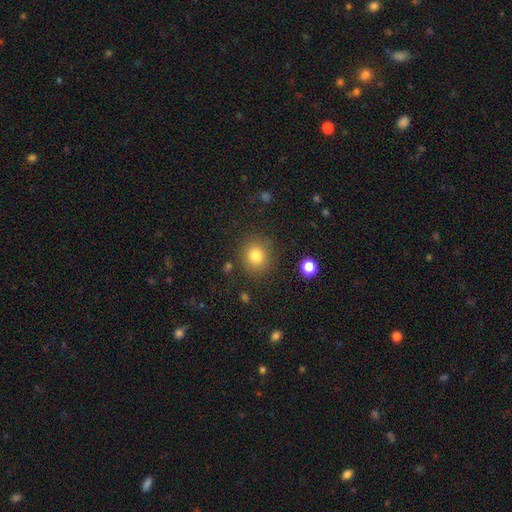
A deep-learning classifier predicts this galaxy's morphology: This appears to be a smooth galaxy with no disk features (81%) that is round (83%). Merging: none (84%).